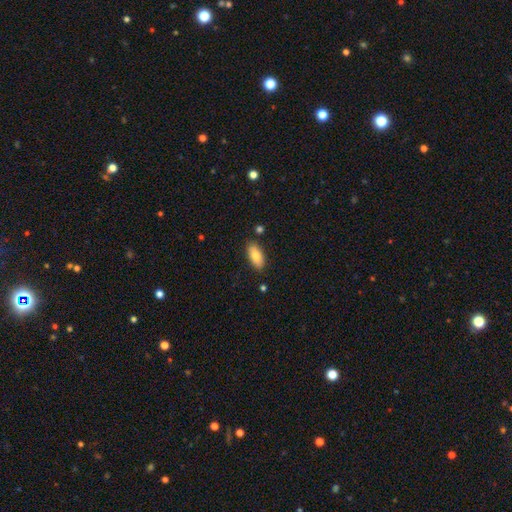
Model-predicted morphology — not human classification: Smooth or featured?
  - smooth: 79% *
  - featured or disk: 14%
  - star or artifact: 7%
How rounded?
  - in between: 85% *
  - cigar-shaped: 13%
  - round: 2%
Merging?
  - none: 84% *
  - minor disturbance: 11%
  - merger: 3%
  - major disturbance: 2%